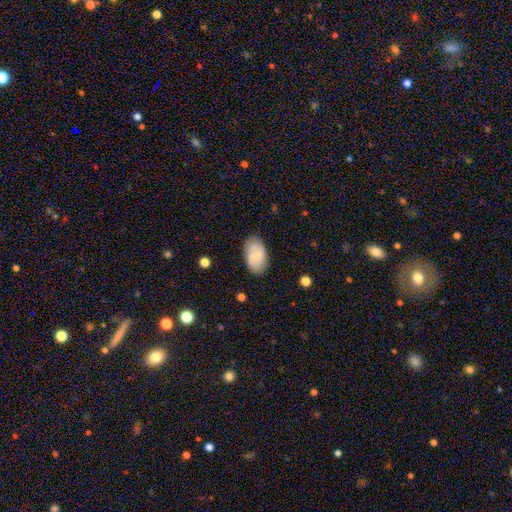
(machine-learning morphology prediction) Smooth or featured: smooth — 60% (featured or disk — 33%)
How rounded: in between — 94% (round — 5%)
Merging: none — 83% (minor disturbance — 13%)